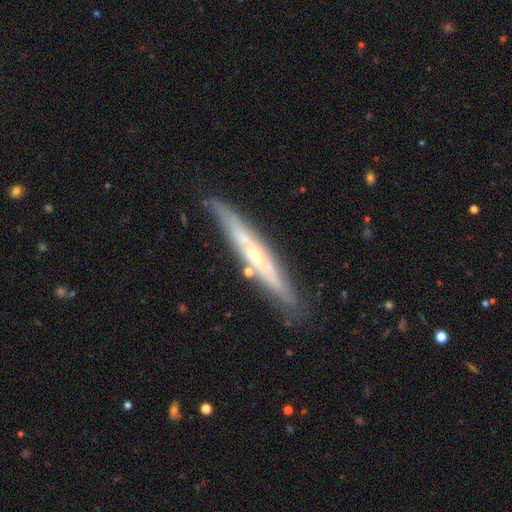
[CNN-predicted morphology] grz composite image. It shows a featured or disk galaxy (69%) viewed edge-on (87%) with a rounded central bulge (55%). Merging: none (80%).